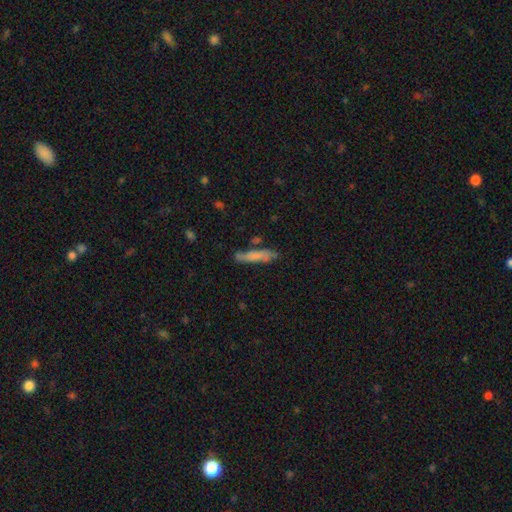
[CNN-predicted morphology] This is likely a smooth galaxy (72%). How rounded: clearly cigar-shaped (86%). Merging: likely none (72%).